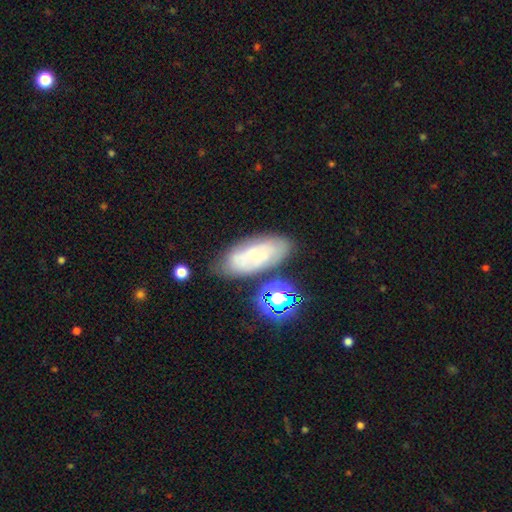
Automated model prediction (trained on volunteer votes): Morphology: type=smooth (48%); merging=none (66%).